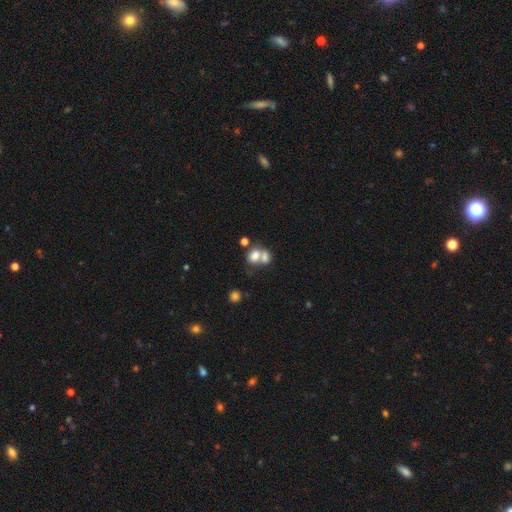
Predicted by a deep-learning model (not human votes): Overall: smooth (71%). How rounded: in between (62%; round 36%). Merging: merger (61%; none 24%).